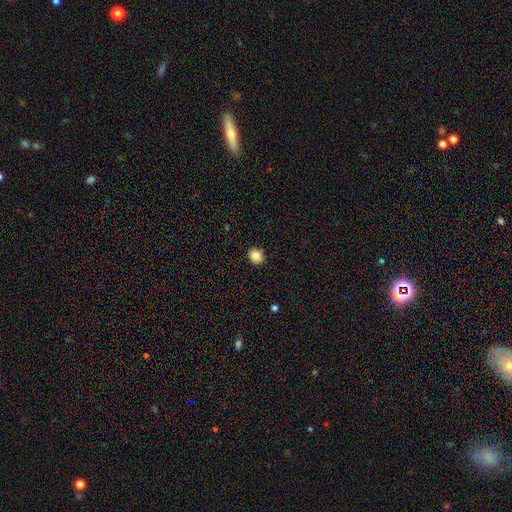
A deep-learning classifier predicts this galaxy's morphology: Smooth or featured? Predicted: smooth (p=0.83). How rounded? Predicted: round (p=0.69). Merging? Predicted: none (p=0.90).